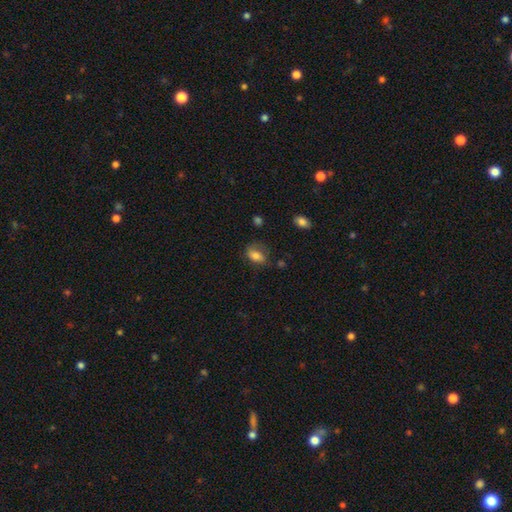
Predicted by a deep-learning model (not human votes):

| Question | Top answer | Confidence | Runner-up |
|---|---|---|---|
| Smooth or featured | smooth | 78% | featured or disk (13%) |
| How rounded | in between | 83% | round (13%) |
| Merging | none | 62% | minor disturbance (27%) |